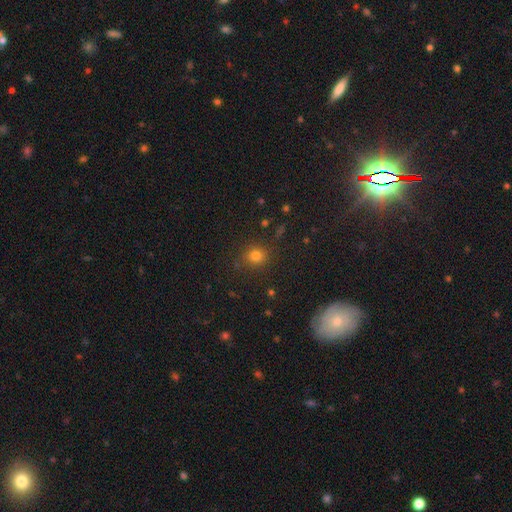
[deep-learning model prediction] Overall: smooth (77%). How rounded: round (81%). Merging: none (85%).